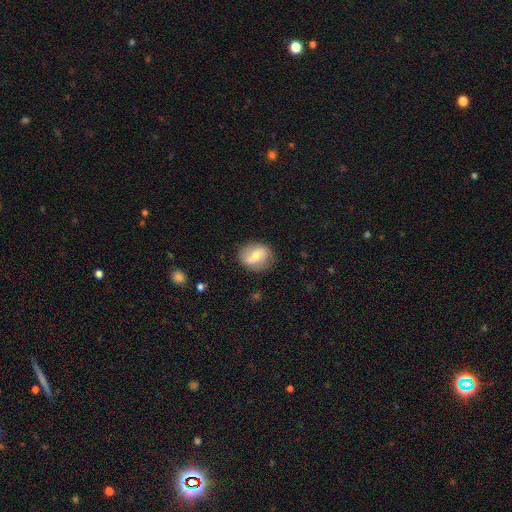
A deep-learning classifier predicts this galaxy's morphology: Smooth or featured? Predicted: smooth (p=0.48). Merging? Predicted: none (p=0.78).